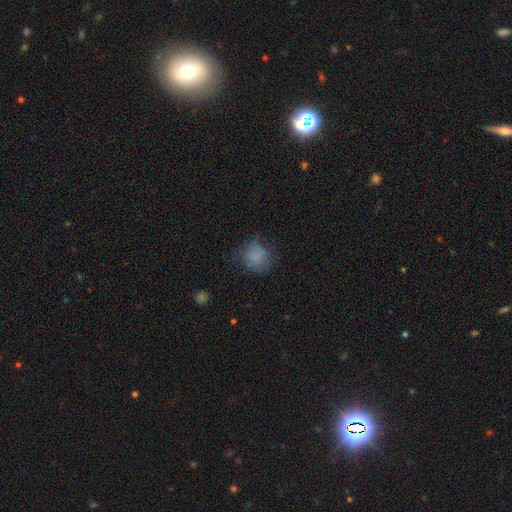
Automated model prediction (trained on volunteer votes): smooth_or_featured: smooth (p=0.78) [alt: featured or disk p=0.11]
how_rounded: round (p=0.81) [alt: in between p=0.18]
merging: none (p=0.60) [alt: minor disturbance p=0.25]